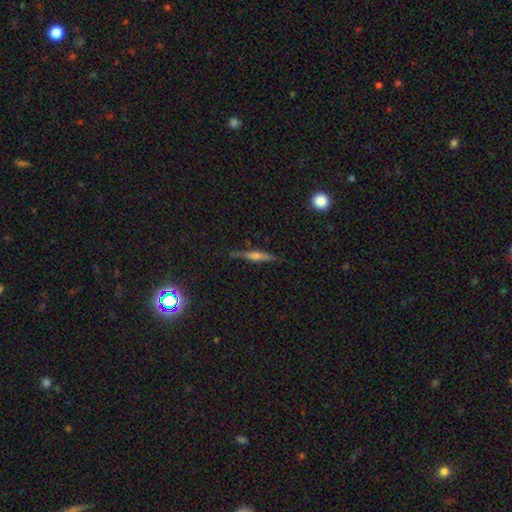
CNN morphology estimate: Smooth or featured?
  - featured or disk: 66% *
  - smooth: 24%
  - star or artifact: 10%
Edge-on disk?
  - yes: 97% *
  - no: 3%
Edge-on bulge?
  - rounded: 75% *
  - boxy: 14%
  - none: 10%
Merging?
  - none: 87% *
  - minor disturbance: 10%
  - major disturbance: 2%
  - merger: 1%